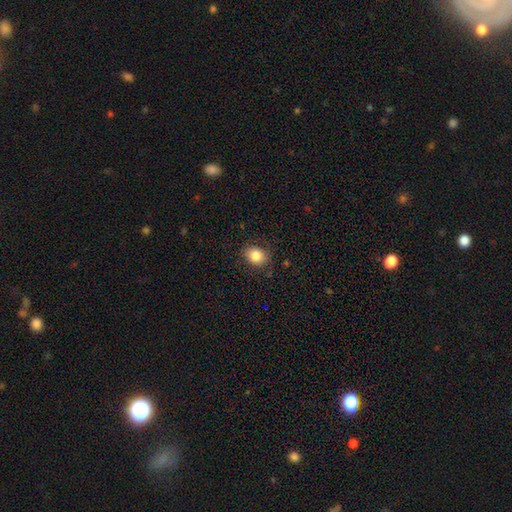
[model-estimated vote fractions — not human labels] smooth 84%, star or artifact 9%, featured or disk 6%. Down the decision tree: how rounded — round (50%); merging — none (83%).